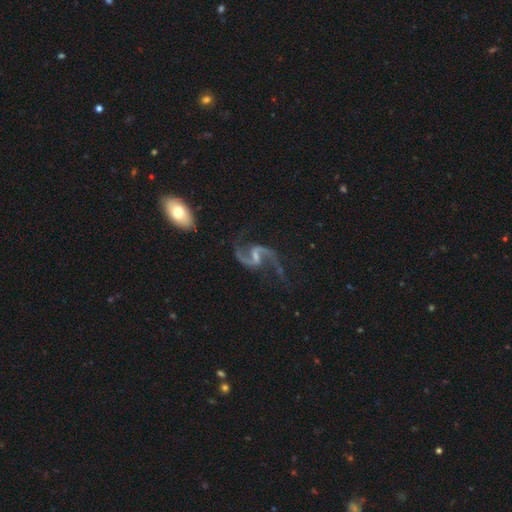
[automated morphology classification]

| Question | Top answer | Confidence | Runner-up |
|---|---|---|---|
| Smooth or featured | featured or disk | 93% | star or artifact (4%) |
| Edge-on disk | no | 98% | yes (2%) |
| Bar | weak | 51% | strong (25%) |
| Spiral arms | yes | 98% | no (2%) |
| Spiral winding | loose | 70% | medium (26%) |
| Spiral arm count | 2 | 94% | 1 (1%) |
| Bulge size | small | 56% | moderate (22%) |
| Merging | none | 67% | minor disturbance (18%) |